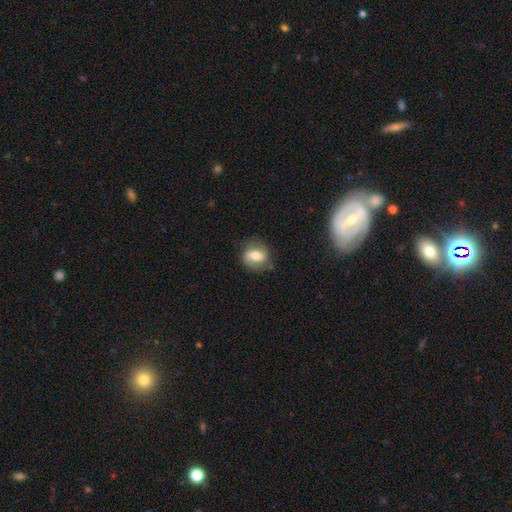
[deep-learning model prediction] This is possibly a smooth galaxy (47%). Merging: likely none (75%).